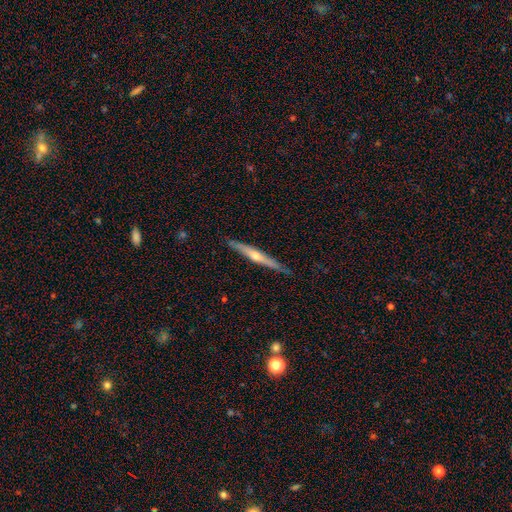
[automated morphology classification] featured or disk 70%, smooth 24%, star or artifact 6%. Down the decision tree: edge-on disk — yes (97%); edge-on bulge — rounded (81%); merging — none (88%).